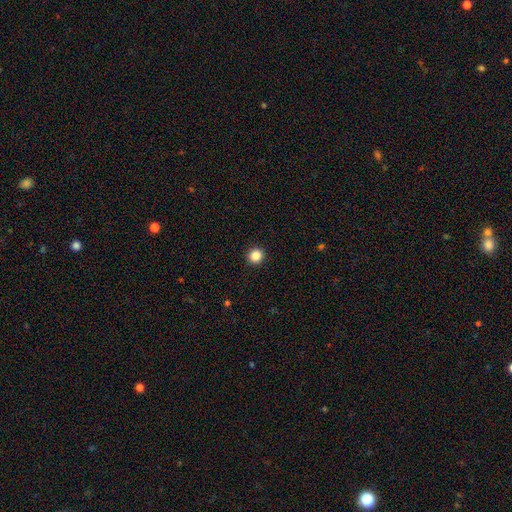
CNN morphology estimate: type=smooth (86%); roundness=round (94%); merging=none (93%).